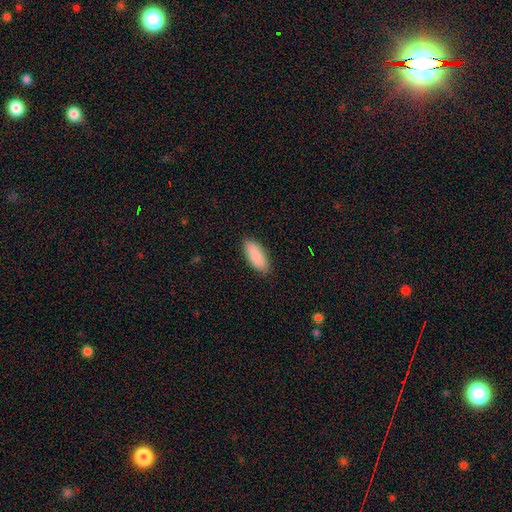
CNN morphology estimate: Smooth or featured? smooth (90%)
How rounded? in between (77%)
Merging? none (88%)